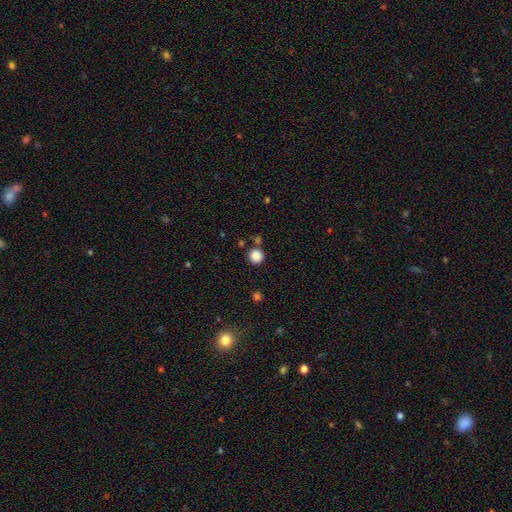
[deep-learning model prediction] Smooth or featured?
  - smooth: 86% *
  - star or artifact: 10%
  - featured or disk: 4%
How rounded?
  - round: 94% *
  - in between: 5%
  - cigar-shaped: 1%
Merging?
  - none: 82% *
  - merger: 8%
  - minor disturbance: 8%
  - major disturbance: 3%